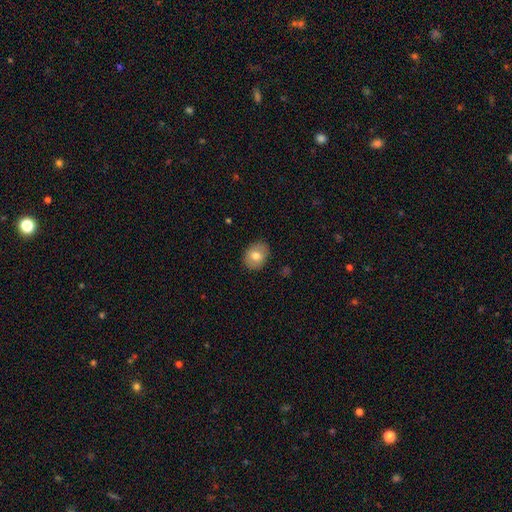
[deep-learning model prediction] Smooth or featured? smooth (74%)
How rounded? in between (52%)
Merging? none (87%)